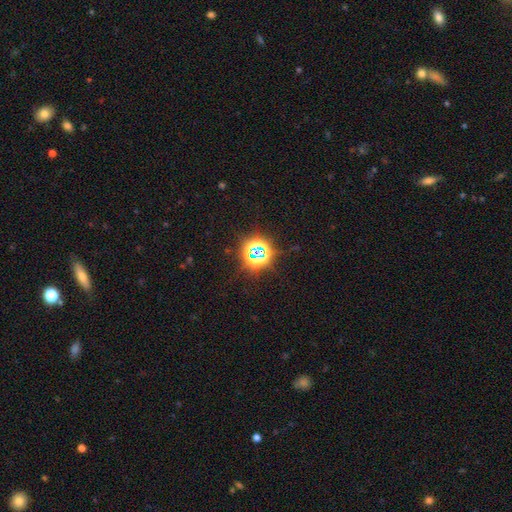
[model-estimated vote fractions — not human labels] Overall: star or artifact (76%).